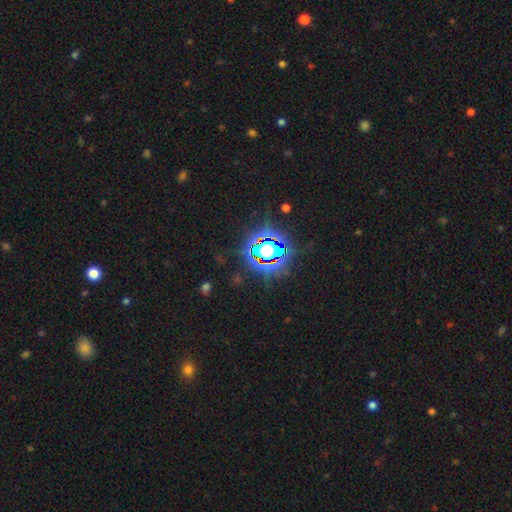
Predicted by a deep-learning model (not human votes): Smooth or featured: star or artifact — 83% (smooth — 10%)